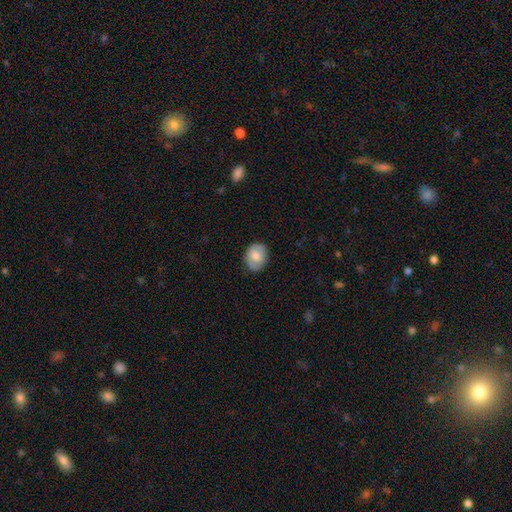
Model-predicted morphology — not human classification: The model was most divided on "how rounded": in between: 58%, round: 41%, cigar-shaped: 1%. More confident: merging — none (79%); smooth or featured — smooth (70%).